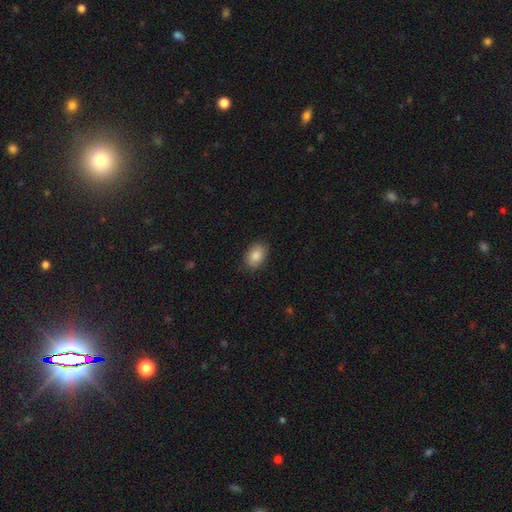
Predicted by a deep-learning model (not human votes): smooth_or_featured: smooth (p=0.87) [alt: star or artifact p=0.07]
how_rounded: in between (p=0.81) [alt: round p=0.18]
merging: none (p=0.86) [alt: minor disturbance p=0.10]